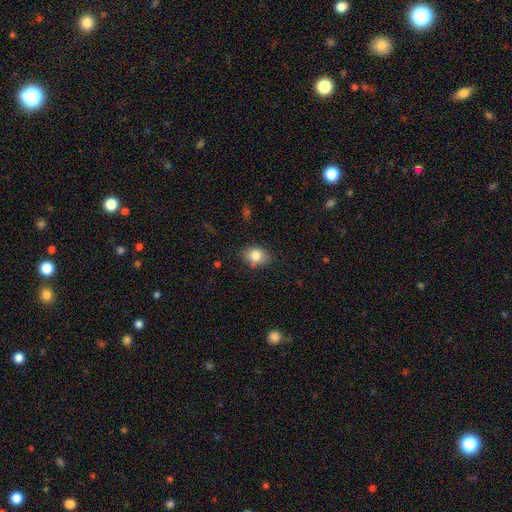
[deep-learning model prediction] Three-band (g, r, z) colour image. It shows a smooth galaxy with no disk features (82%) that is in between round and cigar-shaped (65%). Merging: none (80%).